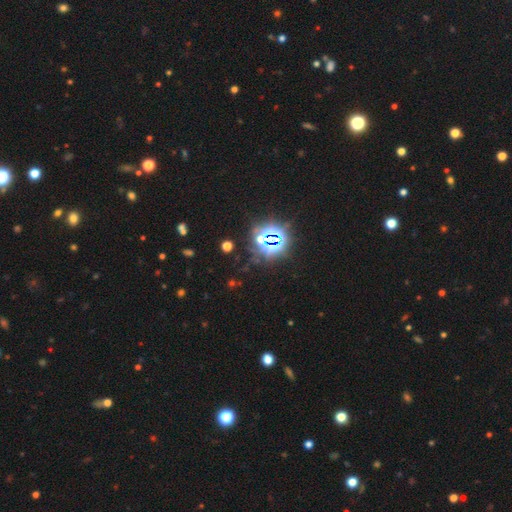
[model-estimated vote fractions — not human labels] smooth_or_featured: star or artifact (p=0.83) [alt: smooth p=0.11]